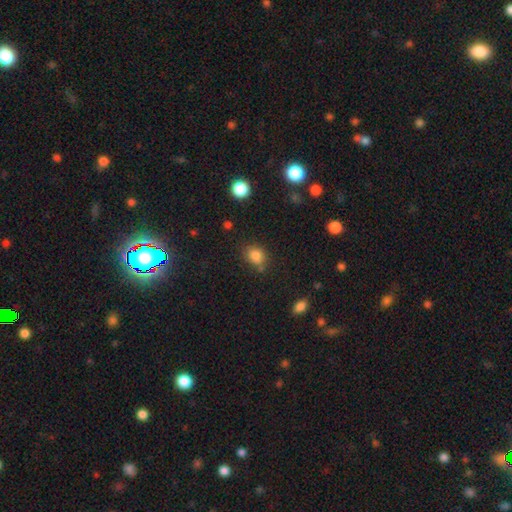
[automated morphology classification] A smooth galaxy with no disk features (81%) that is round (55%).

Vote fractions:
- Smooth or featured? smooth: 81% / star or artifact: 12% / featured or disk: 6%
- How rounded? round: 55% / in between: 44% / cigar-shaped: 1%
- Merging? none: 69% / minor disturbance: 17% / merger: 9% / major disturbance: 5%